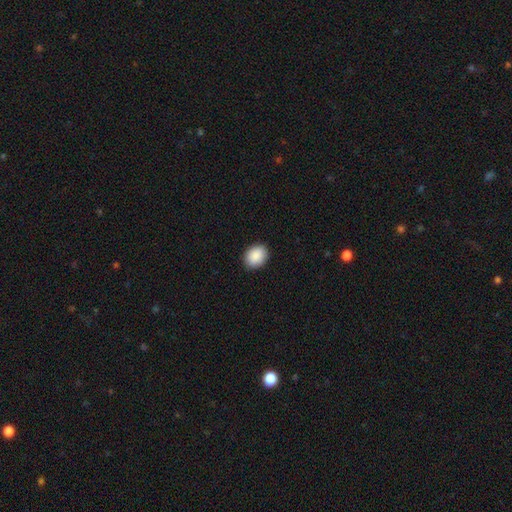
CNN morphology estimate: This is clearly a smooth galaxy (90%). How rounded: possibly in between (60%). Merging: clearly none (89%).